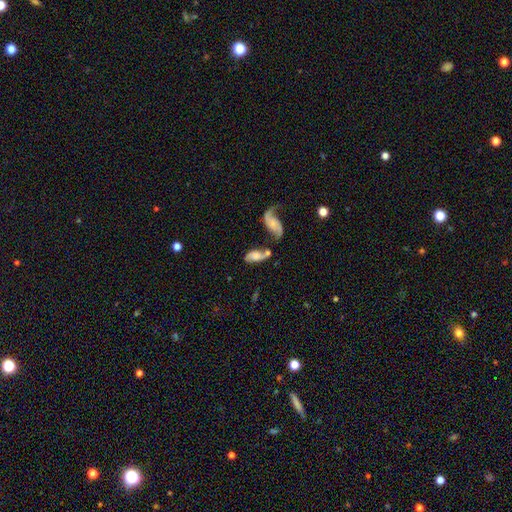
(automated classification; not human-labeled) A featured or disk galaxy (52%). Merging: merger (41%).